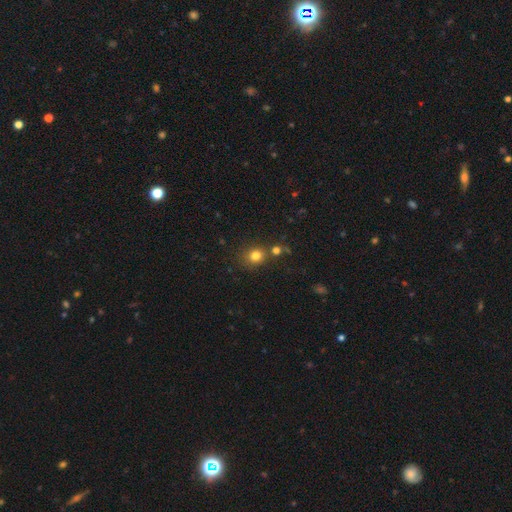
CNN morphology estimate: smooth 78%, star or artifact 15%, featured or disk 7%. Down the decision tree: how rounded — round (76%); merging — none (68%).